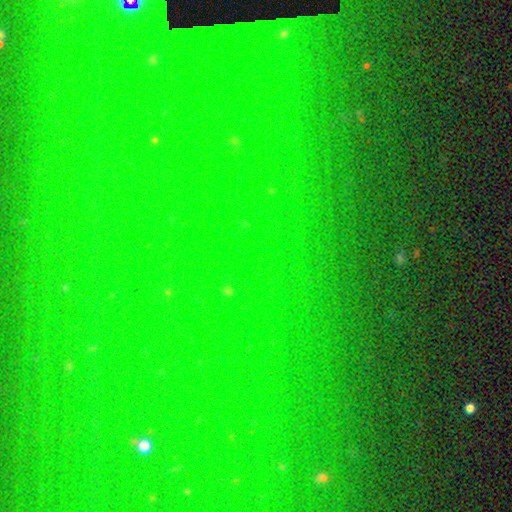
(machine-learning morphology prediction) star or artifact 80%, smooth 12%, featured or disk 8%.